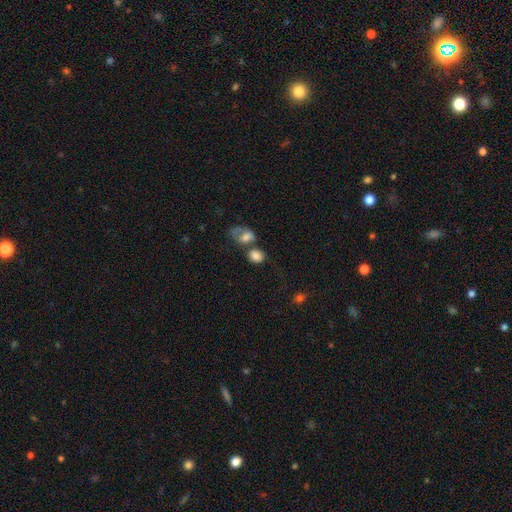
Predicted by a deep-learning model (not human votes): A smooth galaxy with no disk features (81%) that is in between round and cigar-shaped (51%). Merging: none (42%).